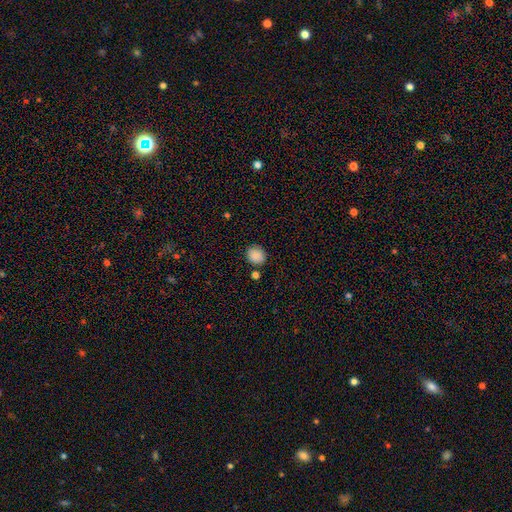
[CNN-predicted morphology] Overall: smooth (87%). How rounded: round (78%). Merging: none (82%).